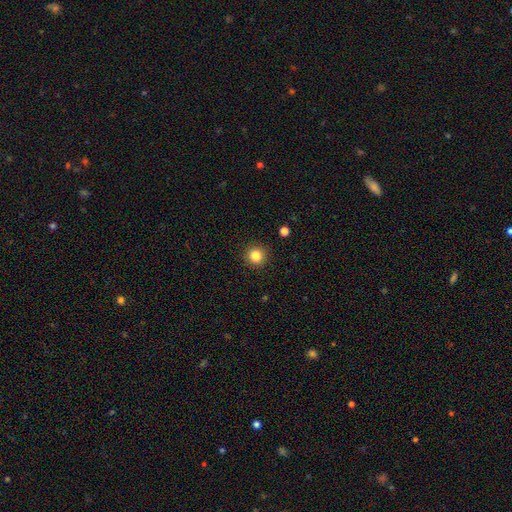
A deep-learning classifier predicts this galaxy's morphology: Smooth or featured? Predicted: smooth (p=0.83). How rounded? Predicted: round (p=0.95). Merging? Predicted: none (p=0.92).